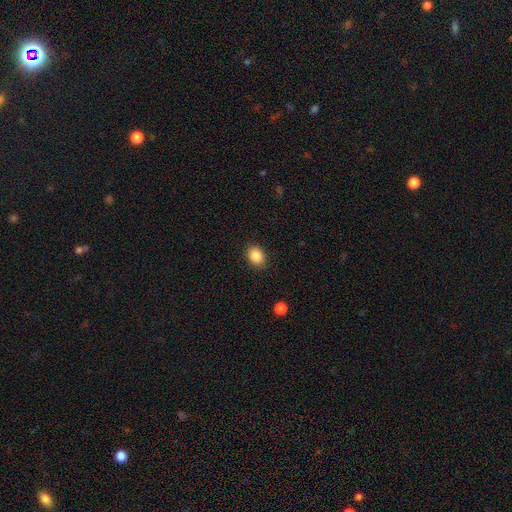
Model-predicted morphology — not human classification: The model was most divided on "how rounded": in between: 59%, round: 40%, cigar-shaped: 1%. More confident: merging — none (88%); smooth or featured — smooth (87%).